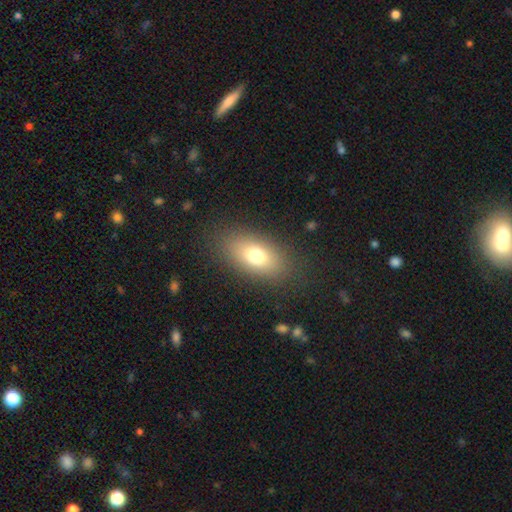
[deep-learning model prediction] Overall: smooth (73%). How rounded: in between (85%). Merging: none (84%).